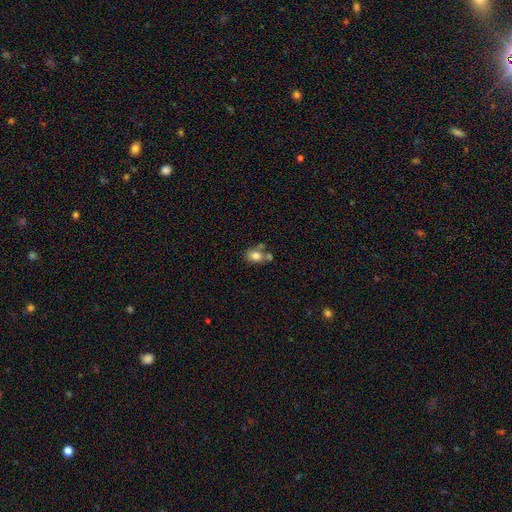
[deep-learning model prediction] Smooth or featured: smooth — 78% (featured or disk — 12%)
How rounded: in between — 71% (round — 28%)
Merging: none — 44% (merger — 31%)